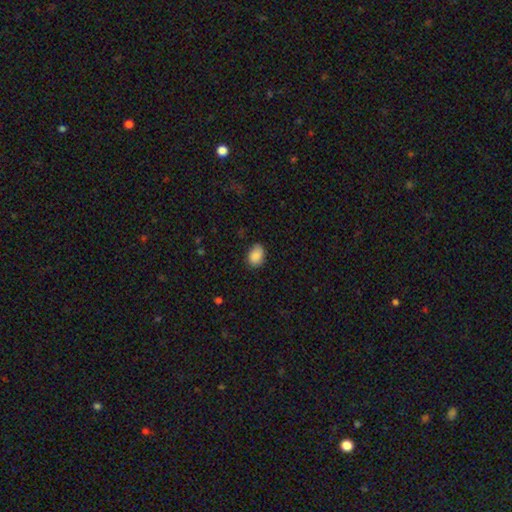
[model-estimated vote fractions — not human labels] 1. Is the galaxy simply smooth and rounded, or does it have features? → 88% smooth, 8% star or artifact, 4% featured or disk.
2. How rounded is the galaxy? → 79% in between, 20% round, 1% cigar-shaped.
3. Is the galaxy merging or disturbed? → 76% none, 19% minor disturbance, 3% major disturbance, 1% merger.